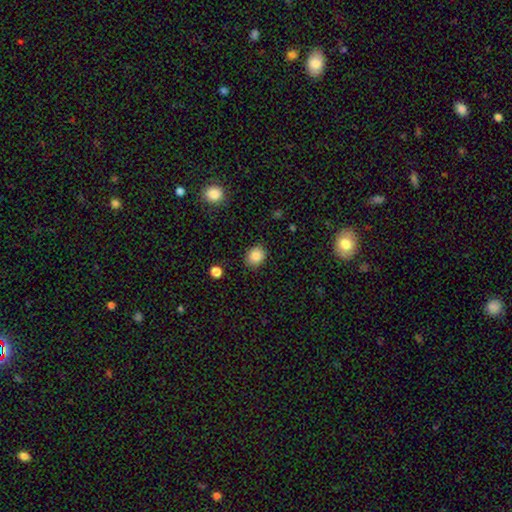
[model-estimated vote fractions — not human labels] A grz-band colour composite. It shows a smooth galaxy with no disk features (87%) that is round (55%). Merging: none (86%).